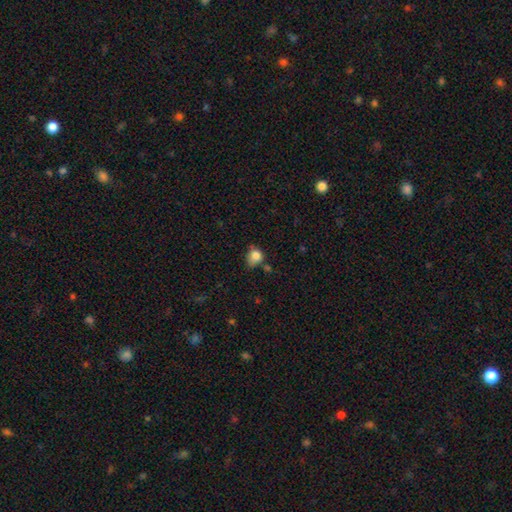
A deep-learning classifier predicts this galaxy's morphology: smooth-or-featured: smooth: 81% | star or artifact: 11% | featured or disk: 8%
  how-rounded: round: 61% | in between: 38% | cigar-shaped: 1%
  merging: none: 45% | minor disturbance: 35% | major disturbance: 11% | merger: 10%